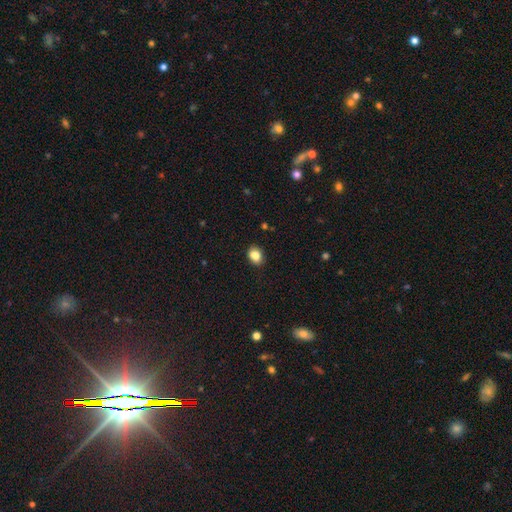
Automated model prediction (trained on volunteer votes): The model was most divided on "how rounded": in between: 58%, round: 41%, cigar-shaped: 1%. More confident: merging — none (85%); smooth or featured — smooth (85%).